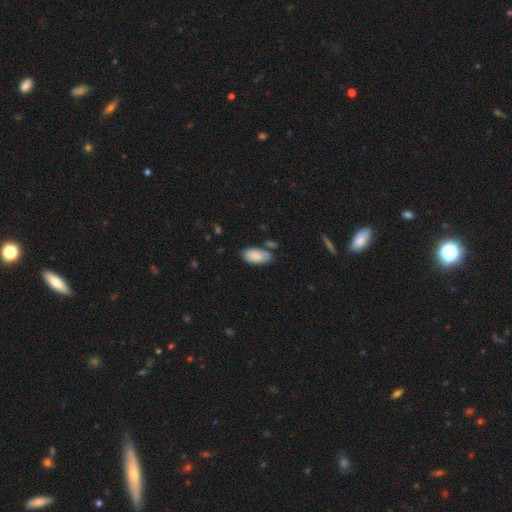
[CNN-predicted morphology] Overall: smooth (87%). How rounded: in between (94%). Merging: none (69%).